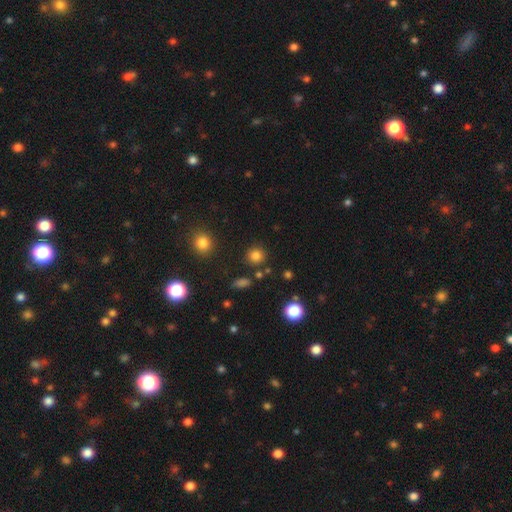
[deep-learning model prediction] smooth-or-featured: smooth: 81% | star or artifact: 14% | featured or disk: 5%
  how-rounded: round: 90% | in between: 9% | cigar-shaped: 1%
  merging: none: 86% | minor disturbance: 7% | merger: 4% | major disturbance: 3%